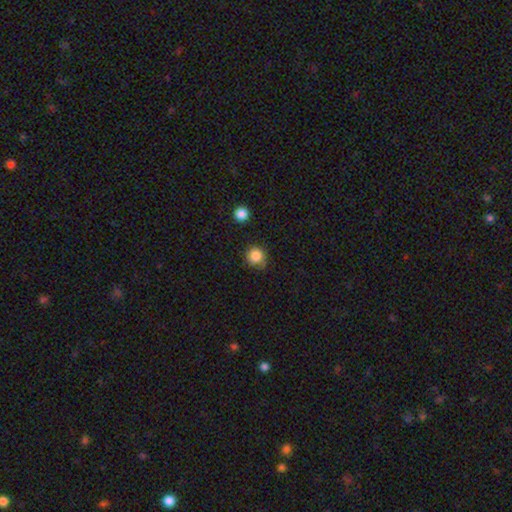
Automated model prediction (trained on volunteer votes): The model was most divided on "merging": none: 71%, minor disturbance: 20%, major disturbance: 5%, merger: 3%. More confident: how rounded — round (90%); smooth or featured — smooth (84%).